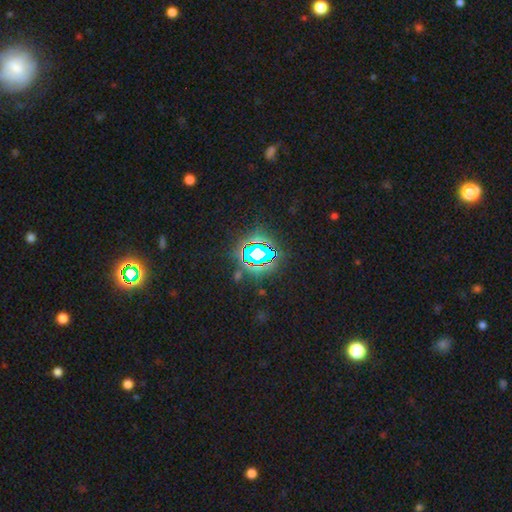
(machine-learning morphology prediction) smooth_or_featured: star or artifact (p=0.75) [alt: smooth p=0.15]